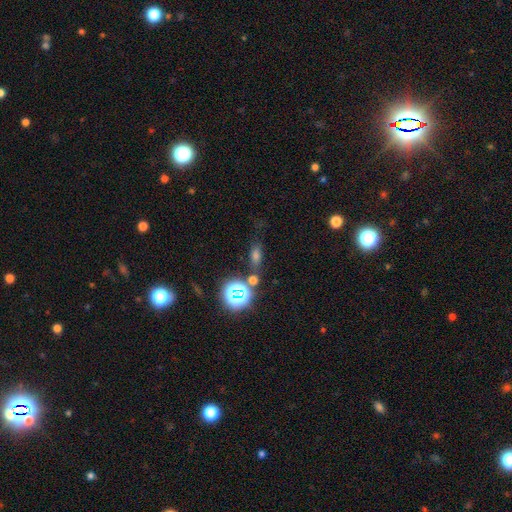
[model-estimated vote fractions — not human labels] smooth_or_featured: smooth (p=0.55) [alt: star or artifact p=0.33]
how_rounded: in between (p=0.61) [alt: round p=0.21]
merging: none (p=0.70) [alt: minor disturbance p=0.14]